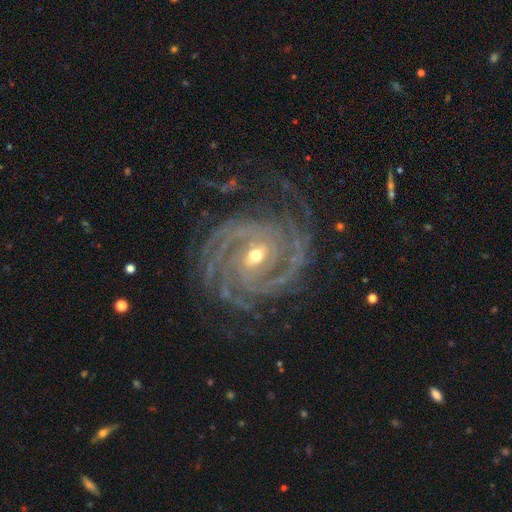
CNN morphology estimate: smooth-or-featured: featured or disk: 92% | star or artifact: 5% | smooth: 3%
  disk-edge-on: no: 97% | yes: 3%
    bar: weak: 42% | no: 34% | strong: 24%
    has-spiral-arms: yes: 98% | no: 2%
      spiral-winding: tight: 70% | medium: 24% | loose: 6%
      spiral-arm-count: can't tell: 20% | 2: 19% | 4: 18% | 3: 17% | more than 4: 17% | 1: 10%
    bulge-size: small: 51% | moderate: 45% | large: 2% | none: 1% | dominant: 1%
  merging: none: 74% | minor disturbance: 15% | major disturbance: 9% | merger: 2%